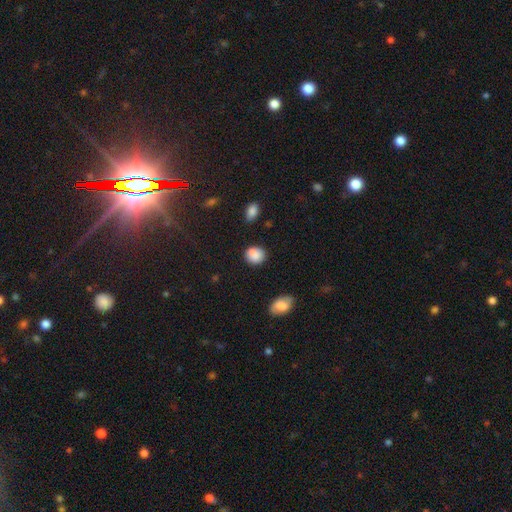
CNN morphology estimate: smooth-or-featured: smooth: 85% | star or artifact: 9% | featured or disk: 6%
  how-rounded: round: 72% | in between: 27% | cigar-shaped: 1%
  merging: none: 73% | minor disturbance: 16% | merger: 7% | major disturbance: 4%